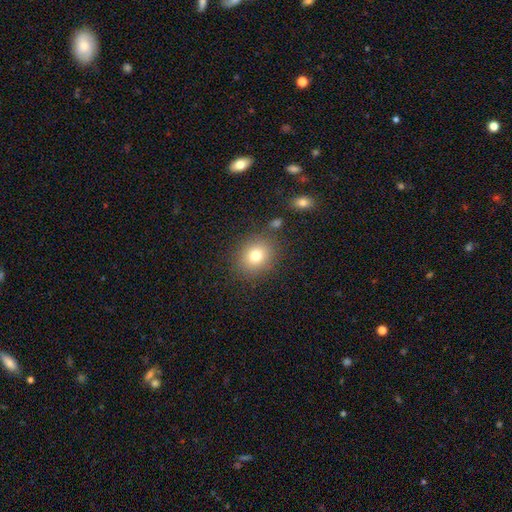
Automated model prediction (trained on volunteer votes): smooth 78%, star or artifact 13%, featured or disk 10%. Down the decision tree: how rounded — round (74%); merging — none (83%).